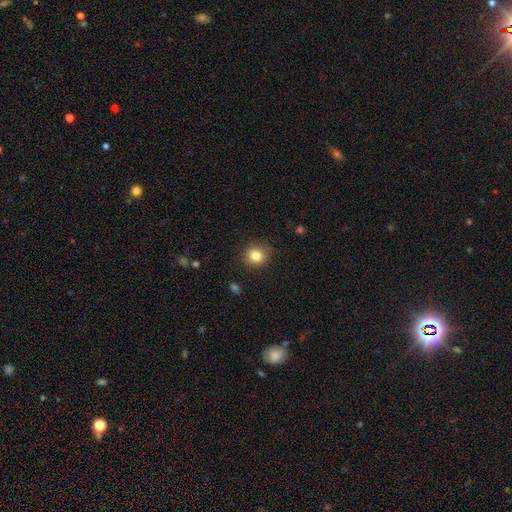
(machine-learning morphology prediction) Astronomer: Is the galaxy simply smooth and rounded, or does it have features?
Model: smooth — 83%.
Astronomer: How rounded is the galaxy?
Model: round — 85%.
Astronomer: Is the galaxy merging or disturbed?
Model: none — 87%.